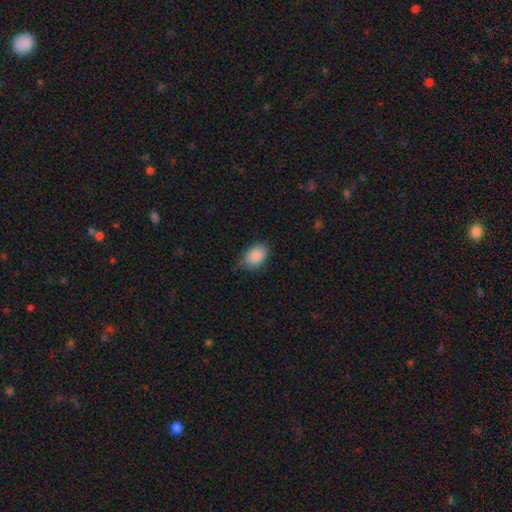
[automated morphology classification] A smooth galaxy with no disk features (88%) that is in between round and cigar-shaped (86%). Merging: none (77%).